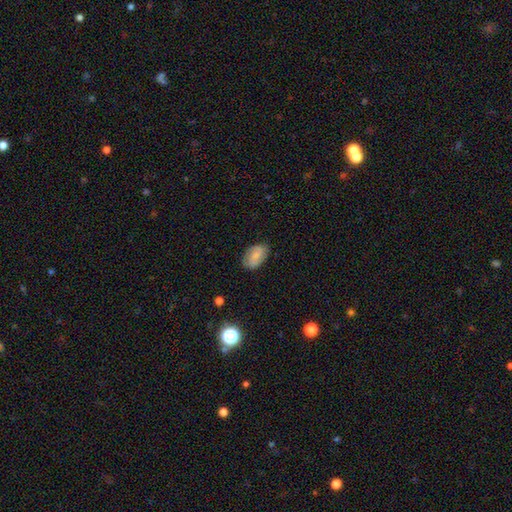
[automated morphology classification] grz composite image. It shows a smooth galaxy with no disk features (59%) that is in between round and cigar-shaped (90%). Merging: none (79%).